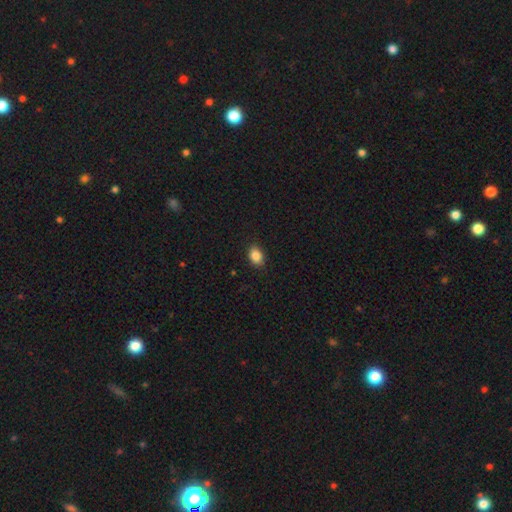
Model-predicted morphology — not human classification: The model was most divided on "how rounded": in between: 80%, round: 19%, cigar-shaped: 1%. More confident: merging — none (88%); smooth or featured — smooth (86%).